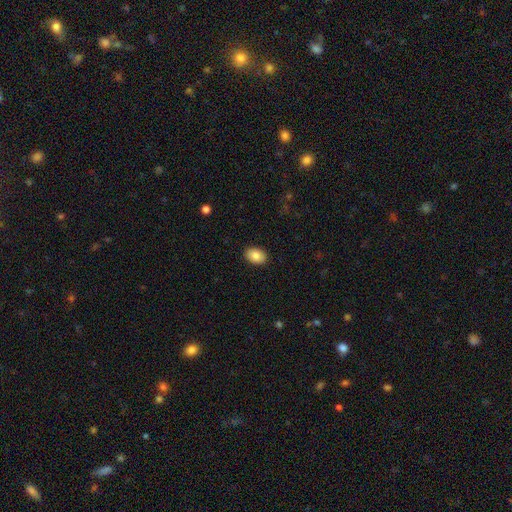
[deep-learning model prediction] Morphology: type=smooth (86%); roundness=in between (82%); merging=none (91%).